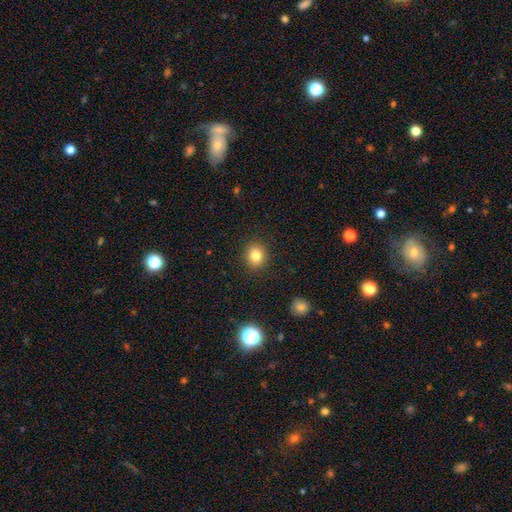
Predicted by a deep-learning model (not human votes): A smooth galaxy with no disk features (82%) that is round (79%). Merging: none (90%).